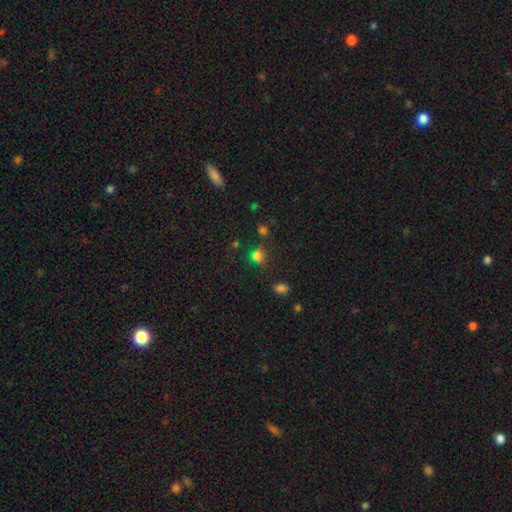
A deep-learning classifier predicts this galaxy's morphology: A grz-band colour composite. It shows a smooth galaxy with no disk features (55%) that is round (71%). Merging: none (69%).